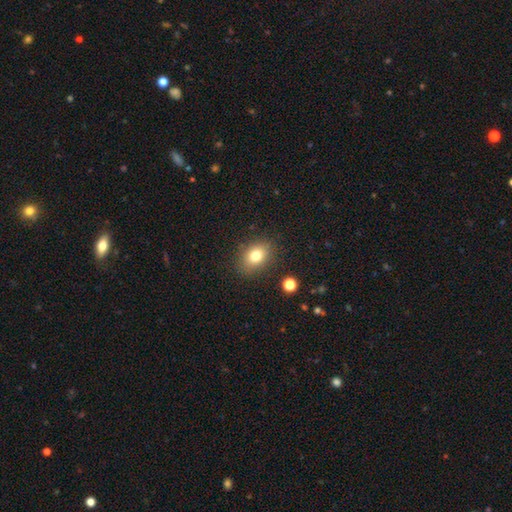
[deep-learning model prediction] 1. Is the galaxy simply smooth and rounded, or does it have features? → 78% smooth, 12% star or artifact, 11% featured or disk.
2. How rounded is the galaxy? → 64% in between, 34% round, 1% cigar-shaped.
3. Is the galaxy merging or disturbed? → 84% none, 11% minor disturbance, 3% major disturbance, 2% merger.